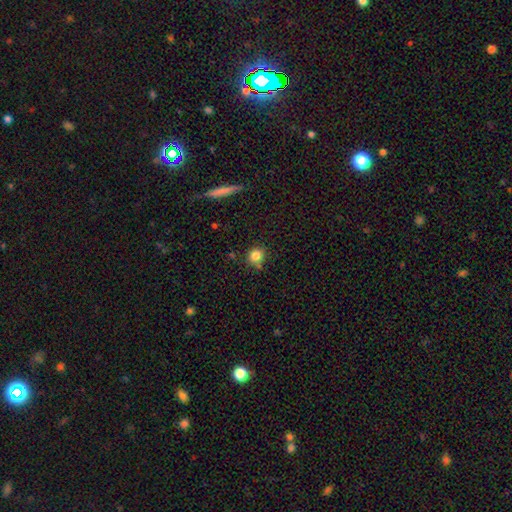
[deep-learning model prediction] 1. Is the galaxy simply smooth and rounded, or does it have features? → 82% smooth, 11% star or artifact, 6% featured or disk.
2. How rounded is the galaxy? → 86% round, 13% in between, 1% cigar-shaped.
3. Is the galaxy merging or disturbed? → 76% none, 13% minor disturbance, 9% merger, 3% major disturbance.